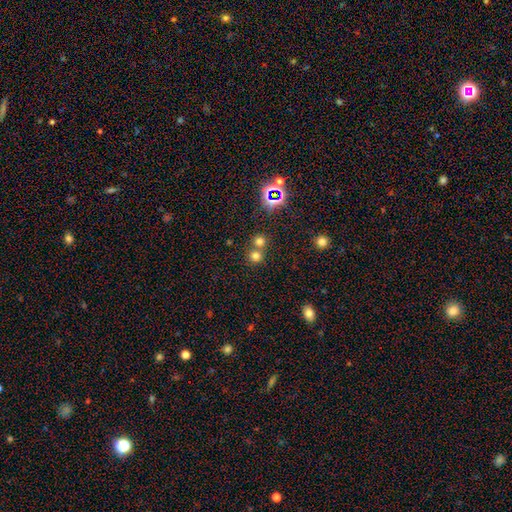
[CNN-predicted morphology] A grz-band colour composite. It shows a smooth galaxy with no disk features (70%) that is round (90%). Merging: none (53%).